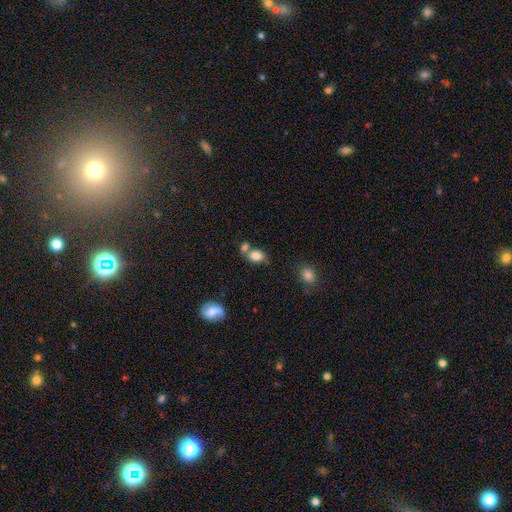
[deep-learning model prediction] smooth_or_featured: smooth (p=0.80) [alt: featured or disk p=0.10]
how_rounded: in between (p=0.71) [alt: round p=0.27]
merging: none (p=0.47) [alt: merger p=0.35]